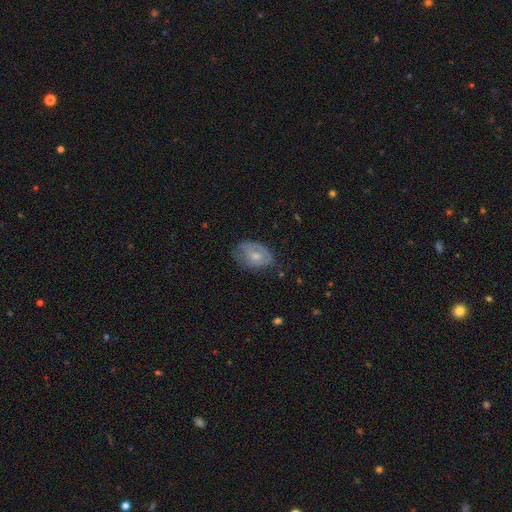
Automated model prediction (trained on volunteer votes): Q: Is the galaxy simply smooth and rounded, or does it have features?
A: featured or disk — 48%.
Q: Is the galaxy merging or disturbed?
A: none — 50%.